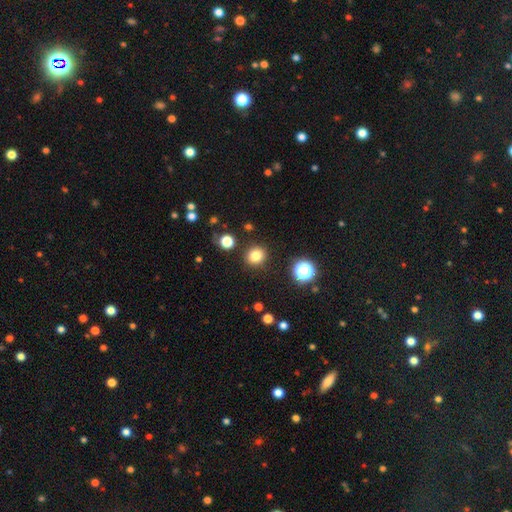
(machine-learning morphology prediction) The model was most divided on "smooth or featured": smooth: 81%, star or artifact: 14%, featured or disk: 6%. More confident: merging — none (89%); how rounded — round (86%).